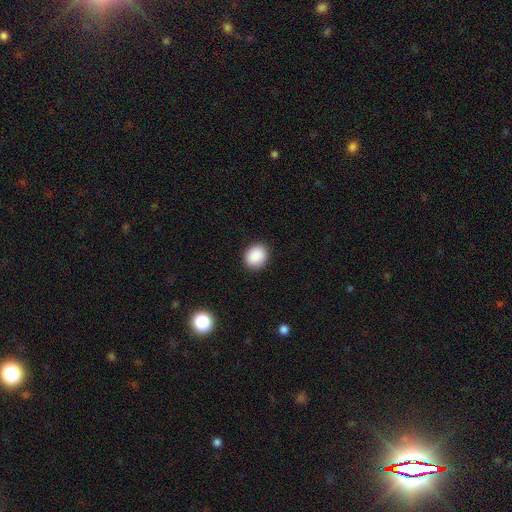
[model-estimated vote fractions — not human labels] This is clearly a smooth galaxy (89%). How rounded: possibly round (59%). Merging: clearly none (89%).